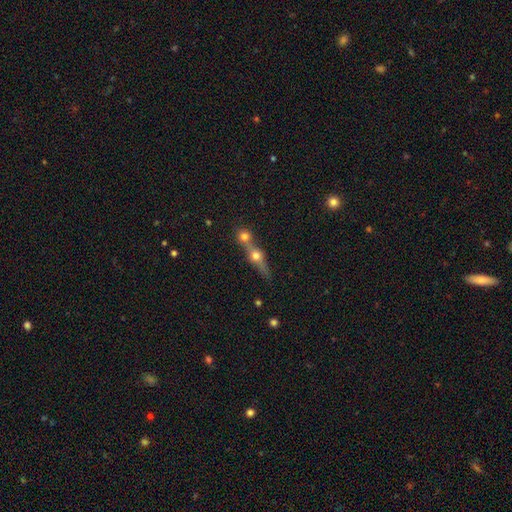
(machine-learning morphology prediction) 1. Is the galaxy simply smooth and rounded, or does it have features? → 46% featured or disk, 42% smooth, 12% star or artifact.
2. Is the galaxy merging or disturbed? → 52% merger, 38% none, 7% minor disturbance, 4% major disturbance.